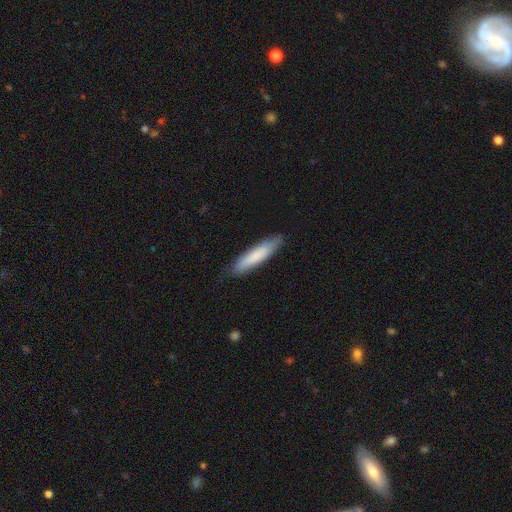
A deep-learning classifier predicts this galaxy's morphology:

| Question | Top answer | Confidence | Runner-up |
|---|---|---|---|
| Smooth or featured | smooth | 78% | featured or disk (16%) |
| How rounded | cigar-shaped | 85% | in between (14%) |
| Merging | none | 84% | minor disturbance (13%) |